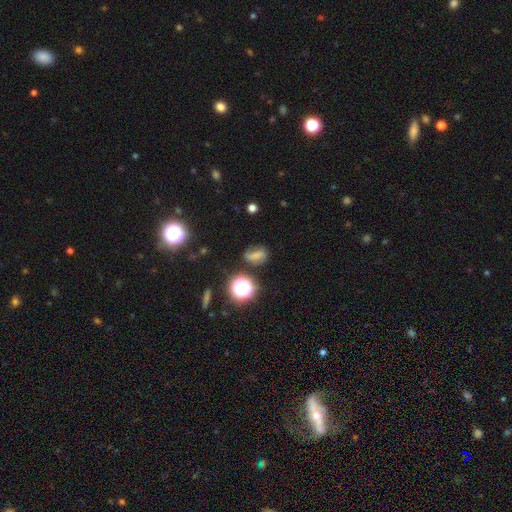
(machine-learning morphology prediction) A smooth galaxy with no disk features (51%) that is in between round and cigar-shaped (60%).

Vote fractions:
- Smooth or featured? smooth: 51% / featured or disk: 26% / star or artifact: 22%
- How rounded? in between: 60% / round: 35% / cigar-shaped: 5%
- Merging? none: 62% / minor disturbance: 22% / major disturbance: 11% / merger: 5%